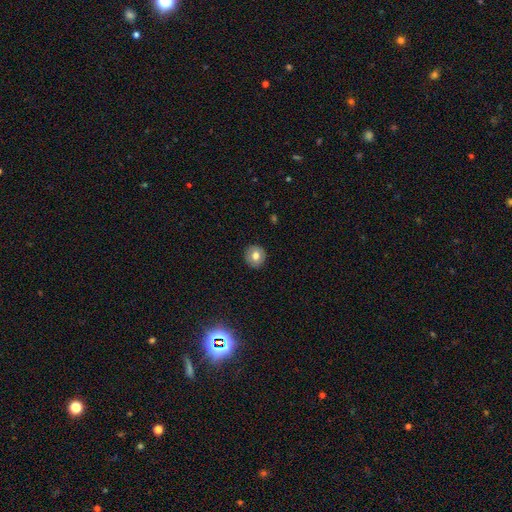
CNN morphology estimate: A smooth galaxy with no disk features (75%) that is round (93%).

Vote fractions:
- Smooth or featured? smooth: 75% / featured or disk: 16% / star or artifact: 9%
- How rounded? round: 93% / in between: 6% / cigar-shaped: 1%
- Merging? none: 91% / minor disturbance: 6% / major disturbance: 2% / merger: 1%